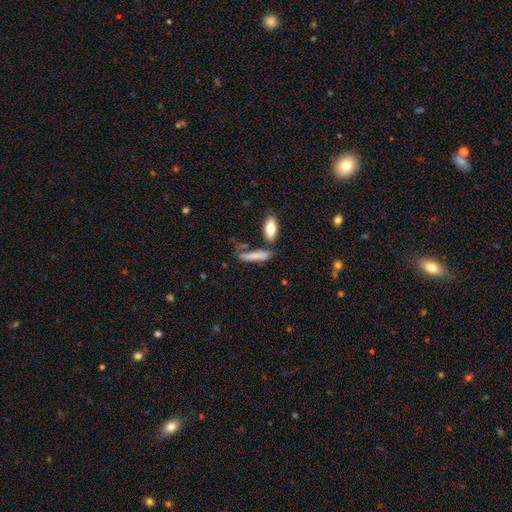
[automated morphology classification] smooth-or-featured: smooth: 75% | featured or disk: 18% | star or artifact: 7%
  how-rounded: cigar-shaped: 75% | in between: 22% | round: 3%
  merging: none: 57% | minor disturbance: 19% | merger: 15% | major disturbance: 9%